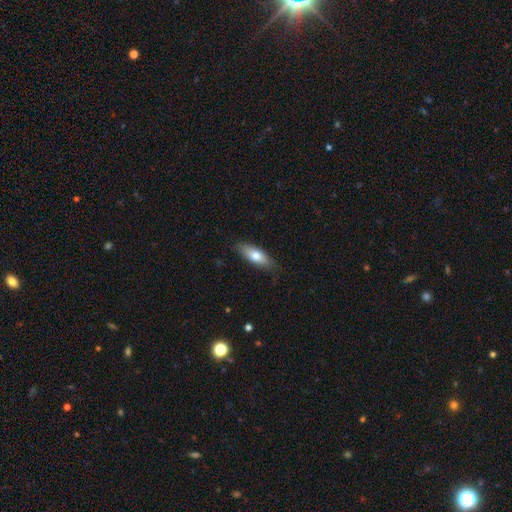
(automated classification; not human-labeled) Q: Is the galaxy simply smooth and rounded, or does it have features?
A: smooth — 72%.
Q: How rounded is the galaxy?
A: in between — 64%.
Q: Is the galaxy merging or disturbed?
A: none — 83%.